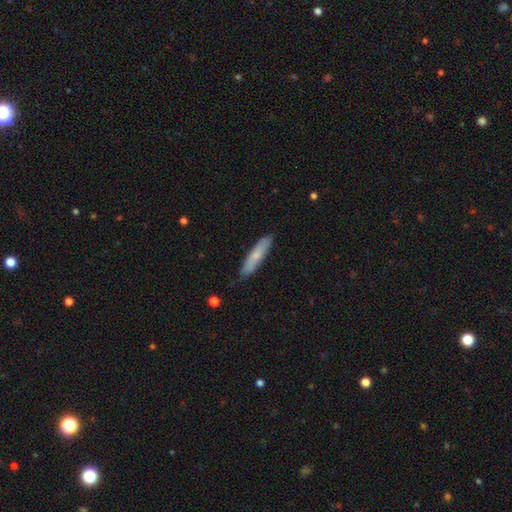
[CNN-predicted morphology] Smooth or featured: smooth — 68% (featured or disk — 27%)
How rounded: cigar-shaped — 85% (in between — 14%)
Merging: none — 84% (minor disturbance — 13%)